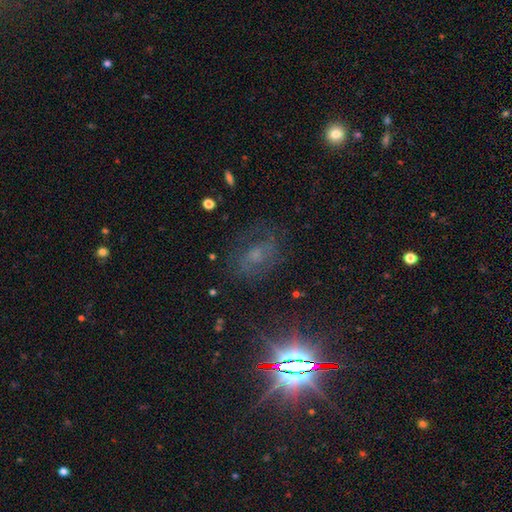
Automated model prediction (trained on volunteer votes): Overall: featured or disk (43%; star or artifact 35%). Merging: none (65%).